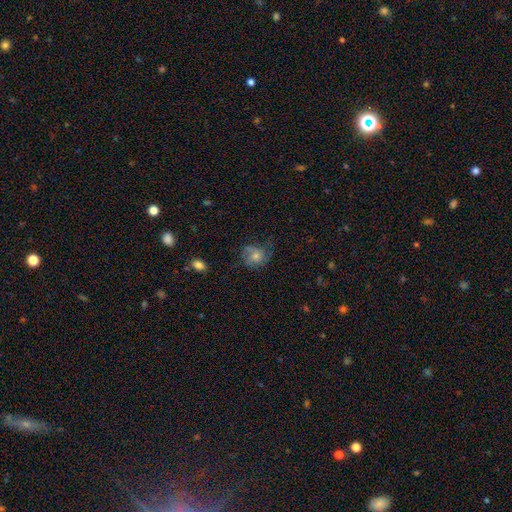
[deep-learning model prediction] Overall: featured or disk (51%; smooth 35%). Edge-on disk: no (97%). Merging: none (60%; minor disturbance 23%).